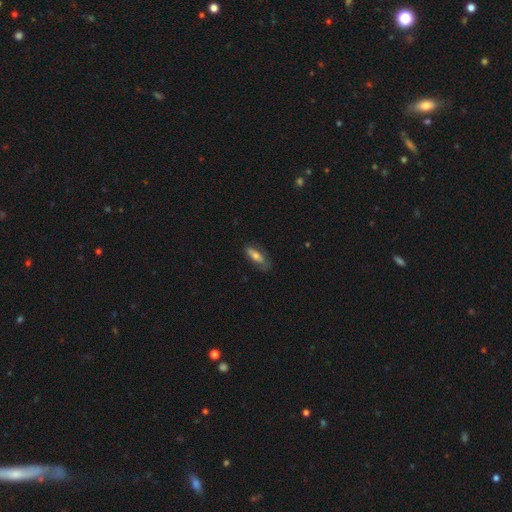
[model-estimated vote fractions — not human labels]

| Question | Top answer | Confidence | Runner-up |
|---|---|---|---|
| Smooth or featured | smooth | 61% | featured or disk (32%) |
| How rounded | in between | 56% | cigar-shaped (42%) |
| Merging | none | 68% | minor disturbance (23%) |